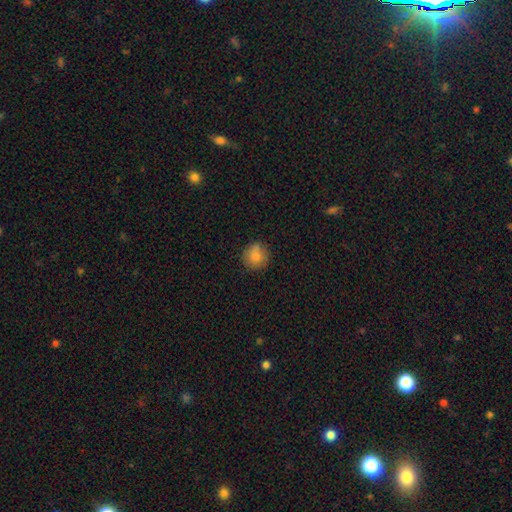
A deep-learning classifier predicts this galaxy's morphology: smooth_or_featured: smooth (p=0.82) [alt: star or artifact p=0.10]
how_rounded: round (p=0.89) [alt: in between p=0.10]
merging: none (p=0.80) [alt: minor disturbance p=0.14]